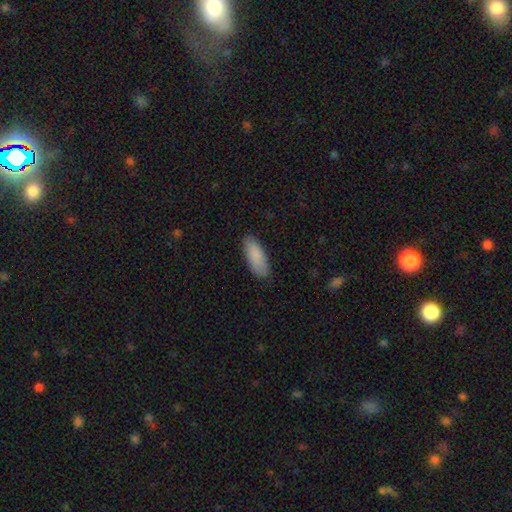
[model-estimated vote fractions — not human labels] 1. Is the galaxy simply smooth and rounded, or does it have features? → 88% smooth, 6% featured or disk, 5% star or artifact.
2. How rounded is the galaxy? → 76% in between, 22% cigar-shaped, 2% round.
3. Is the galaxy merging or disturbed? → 87% none, 10% minor disturbance, 2% major disturbance, 1% merger.